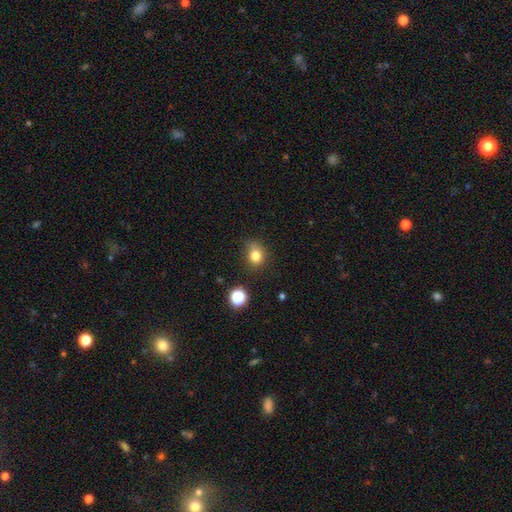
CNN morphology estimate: A smooth galaxy with no disk features (79%) that is round (69%). Merging: none (67%).